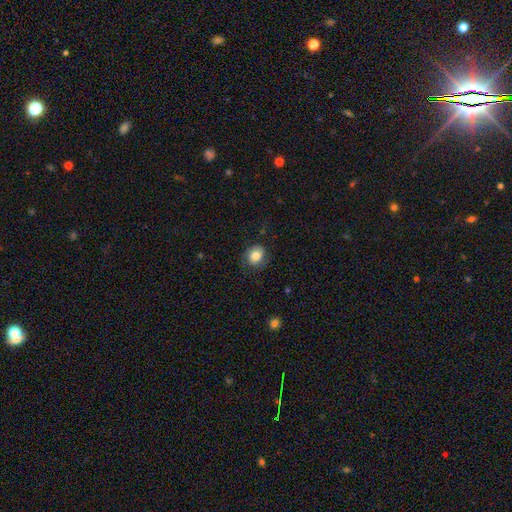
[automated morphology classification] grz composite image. It shows a smooth galaxy with no disk features (77%) that is round (63%). Merging: none (75%).